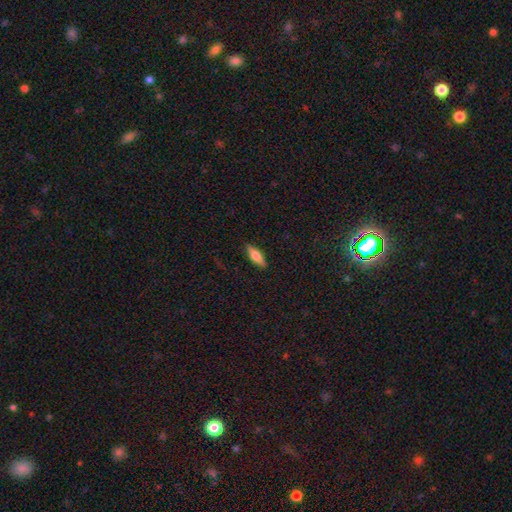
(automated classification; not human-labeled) A smooth galaxy with no disk features (55%) that is cigar-shaped (50%).

Vote fractions:
- Smooth or featured? smooth: 55% / featured or disk: 38% / star or artifact: 7%
- How rounded? cigar-shaped: 50% / in between: 47% / round: 3%
- Merging? none: 89% / minor disturbance: 8% / major disturbance: 2% / merger: 1%